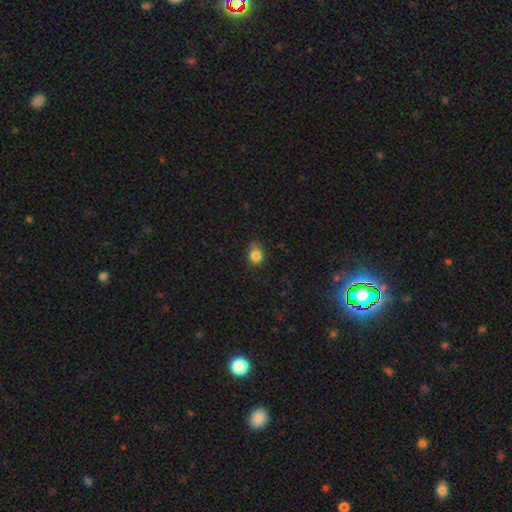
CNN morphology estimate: type=smooth (84%); roundness=in between (52%); merging=none (66%).